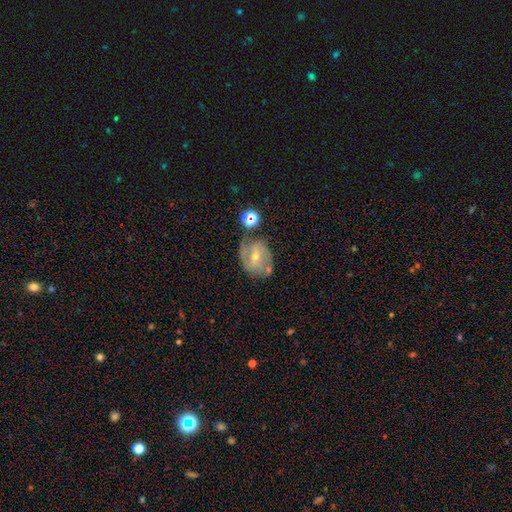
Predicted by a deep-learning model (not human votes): This appears to be a featured or disk galaxy (71%) with a weak bar (42%), 2 (64%) medium (42%) spiral arms (82%) and a small central bulge (59%). Merging: none (63%).